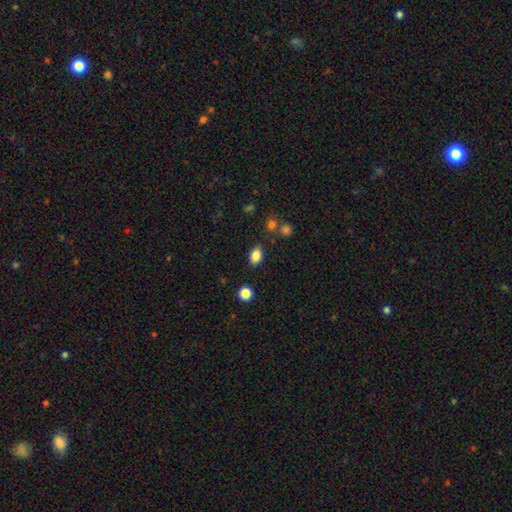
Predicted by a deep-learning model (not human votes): Smooth or featured: smooth — 85% (star or artifact — 10%)
How rounded: in between — 85% (round — 13%)
Merging: none — 83% (minor disturbance — 11%)